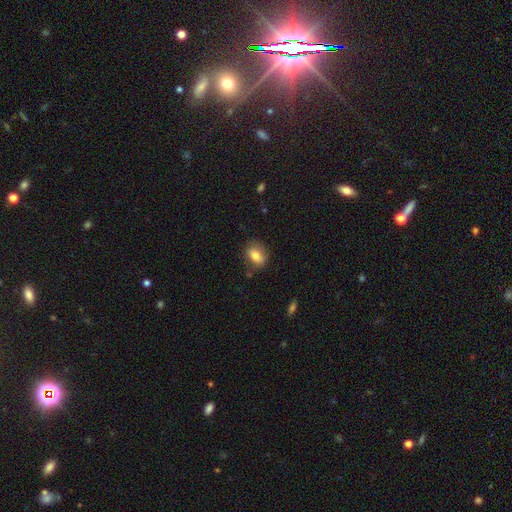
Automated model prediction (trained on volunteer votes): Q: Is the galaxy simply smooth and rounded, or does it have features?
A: smooth — 77%.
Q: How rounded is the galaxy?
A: in between — 73%.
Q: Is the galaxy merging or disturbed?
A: none — 76%.